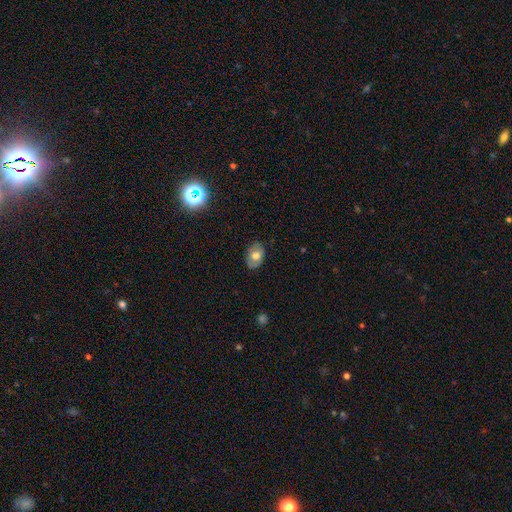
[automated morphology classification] This is likely a smooth galaxy (64%). How rounded: likely in between (78%). Merging: clearly none (81%).